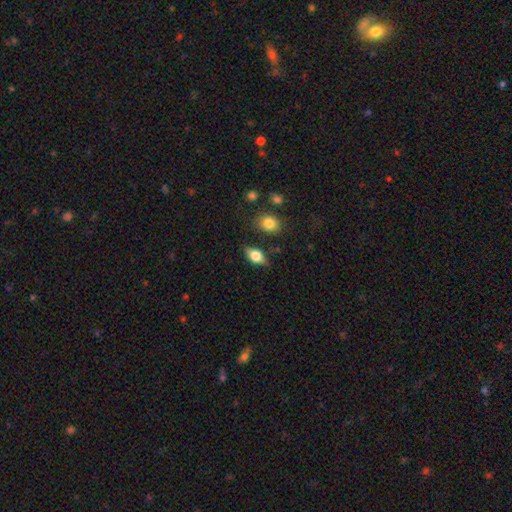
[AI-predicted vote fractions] Smooth or featured?
  - smooth: 58% *
  - featured or disk: 34%
  - star or artifact: 9%
How rounded?
  - in between: 79% *
  - round: 12%
  - cigar-shaped: 9%
Merging?
  - none: 77% *
  - minor disturbance: 16%
  - major disturbance: 4%
  - merger: 3%